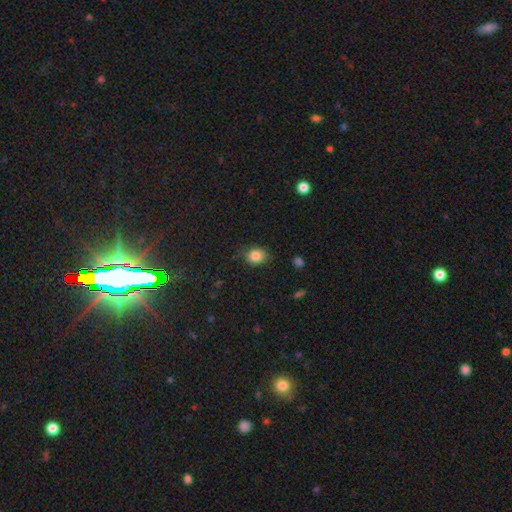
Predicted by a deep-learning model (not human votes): This is clearly a smooth galaxy (84%). How rounded: possibly round (50%). Merging: likely none (76%).